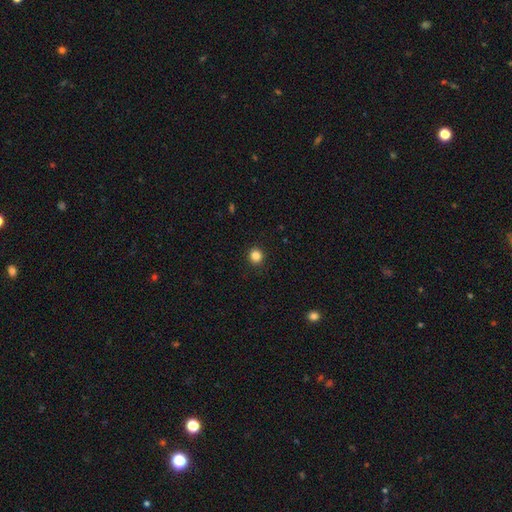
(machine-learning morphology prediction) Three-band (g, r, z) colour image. It shows a smooth galaxy with no disk features (85%) that is round (91%). Merging: none (92%).